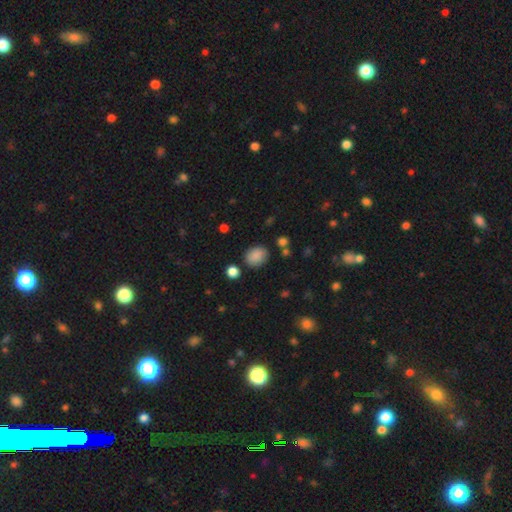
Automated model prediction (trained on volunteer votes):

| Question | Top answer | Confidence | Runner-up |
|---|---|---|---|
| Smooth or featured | smooth | 86% | star or artifact (10%) |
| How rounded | in between | 51% | round (48%) |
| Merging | none | 82% | minor disturbance (12%) |